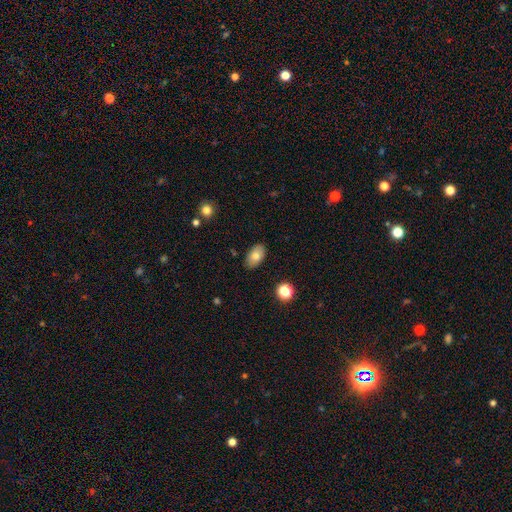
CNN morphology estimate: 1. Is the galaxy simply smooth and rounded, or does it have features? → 78% smooth, 14% featured or disk, 8% star or artifact.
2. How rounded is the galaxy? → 91% in between, 7% round, 2% cigar-shaped.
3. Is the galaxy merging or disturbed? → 86% none, 10% minor disturbance, 2% major disturbance, 1% merger.